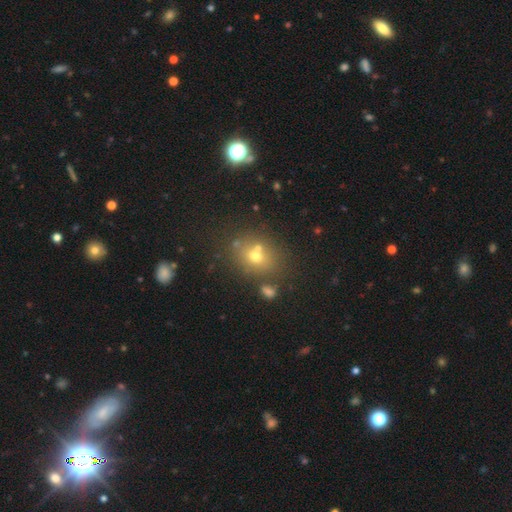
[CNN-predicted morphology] smooth_or_featured: smooth (p=0.61) [alt: star or artifact p=0.22]
how_rounded: round (p=0.64) [alt: in between p=0.35]
merging: none (p=0.62) [alt: merger p=0.22]